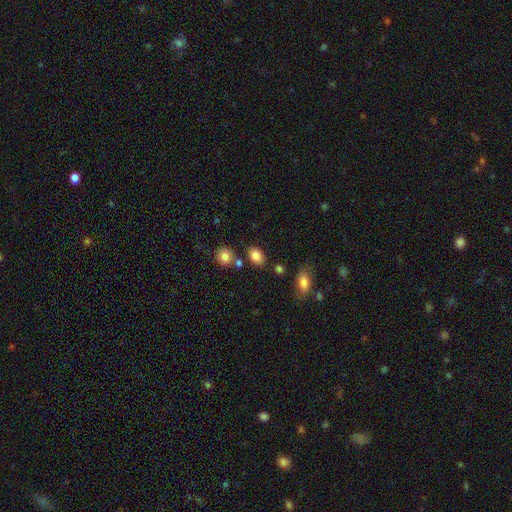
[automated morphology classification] The model was most divided on "how rounded": in between: 79%, round: 20%, cigar-shaped: 1%. More confident: smooth or featured — smooth (84%); merging — none (77%).